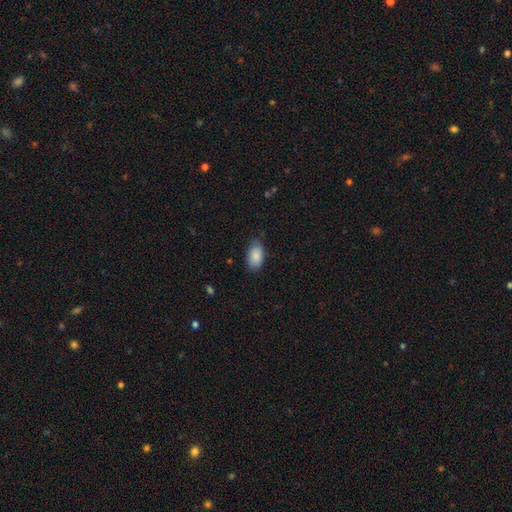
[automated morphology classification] Q: Smooth or featured?
A: smooth (88%); runner-up: star or artifact (6%)
Q: How rounded?
A: in between (93%); runner-up: round (5%)
Q: Merging?
A: none (75%); runner-up: minor disturbance (20%)